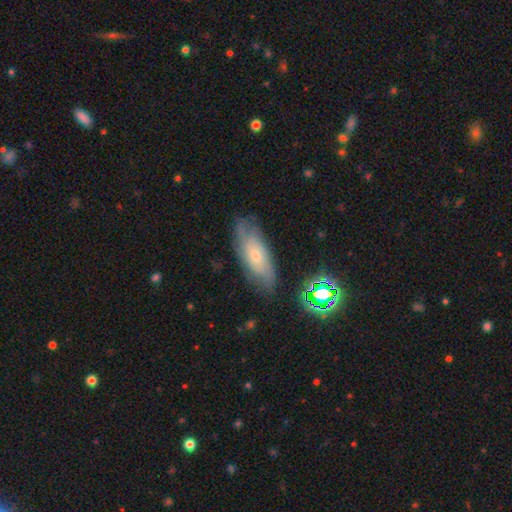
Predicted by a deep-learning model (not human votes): Smooth or featured?
  - featured or disk: 50% *
  - smooth: 40%
  - star or artifact: 10%
Merging?
  - none: 71% *
  - minor disturbance: 21%
  - major disturbance: 6%
  - merger: 2%